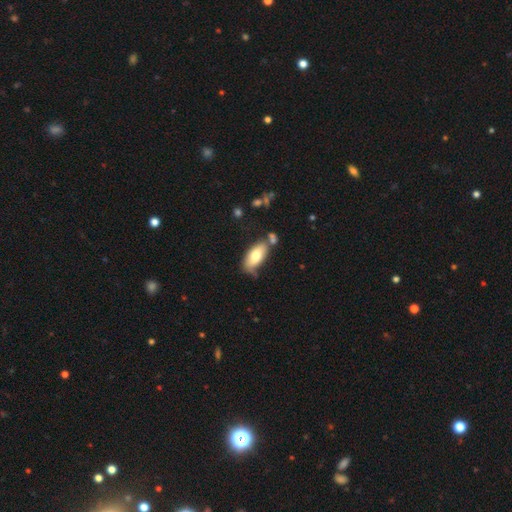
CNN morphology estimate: type=smooth (75%); roundness=in between (89%); merging=none (60%).